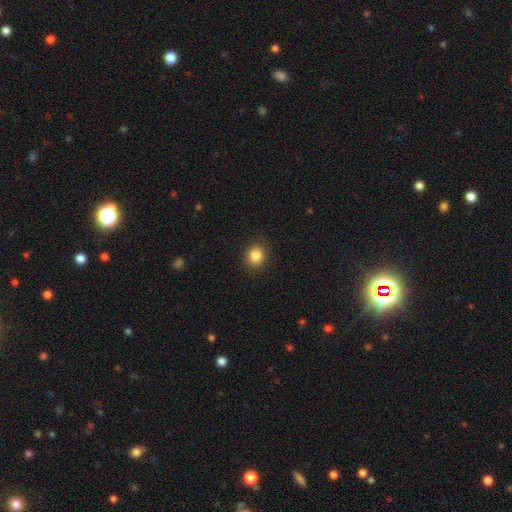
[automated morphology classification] smooth 85%, star or artifact 10%, featured or disk 5%. Down the decision tree: how rounded — round (81%); merging — none (91%).